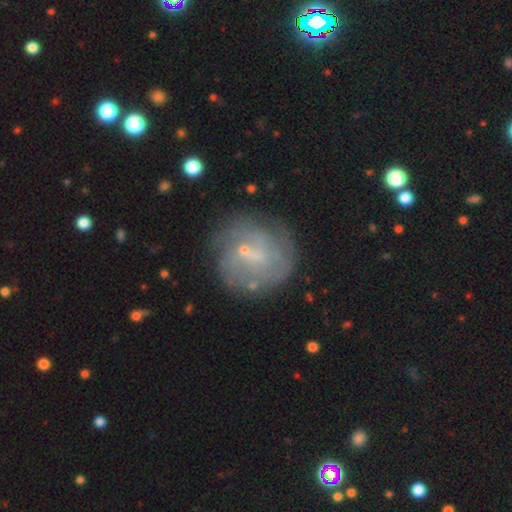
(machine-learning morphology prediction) Overall: featured or disk (65%; smooth 26%). Edge-on disk: no (97%). Bar: weak (50%; no 39%). Spiral arms: yes (73%). Bulge size: small (72%). Merging: none (71%).